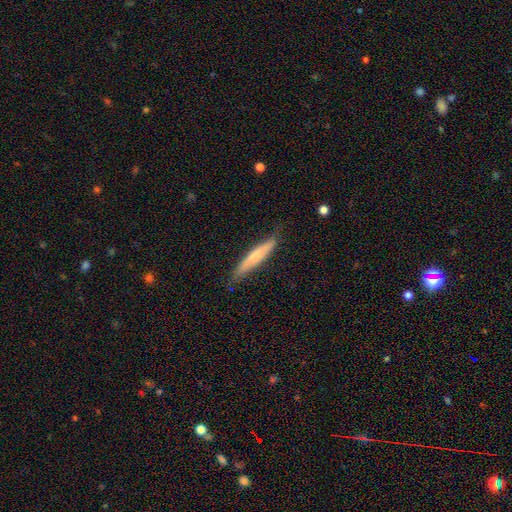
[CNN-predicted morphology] Smooth or featured?
  - smooth: 61% *
  - featured or disk: 33%
  - star or artifact: 6%
How rounded?
  - cigar-shaped: 91% *
  - in between: 7%
  - round: 1%
Merging?
  - none: 76% *
  - minor disturbance: 19%
  - major disturbance: 3%
  - merger: 1%